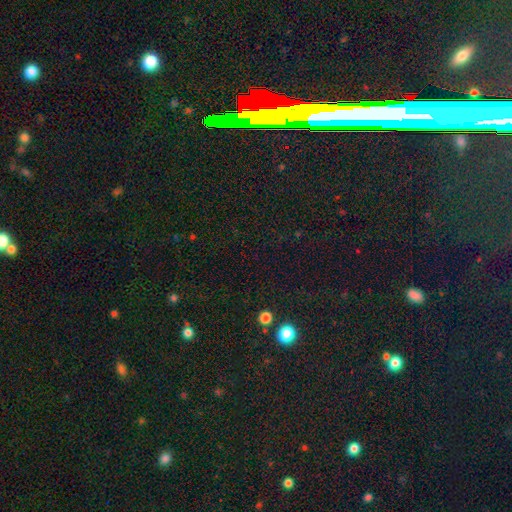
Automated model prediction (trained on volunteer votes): Morphology: type=star or artifact (65%).